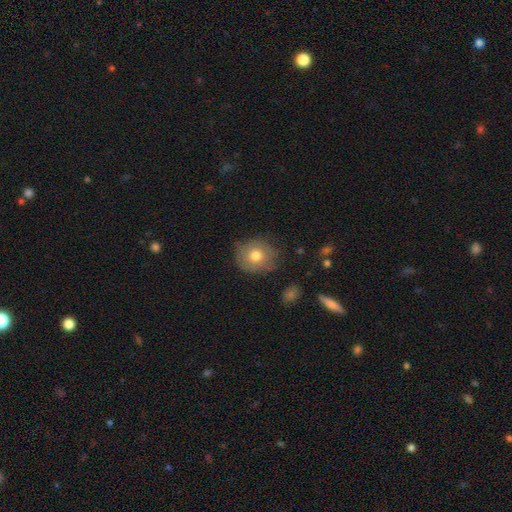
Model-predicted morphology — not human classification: Smooth or featured? Predicted: smooth (p=0.71). How rounded? Predicted: round (p=0.76). Merging? Predicted: none (p=0.72).